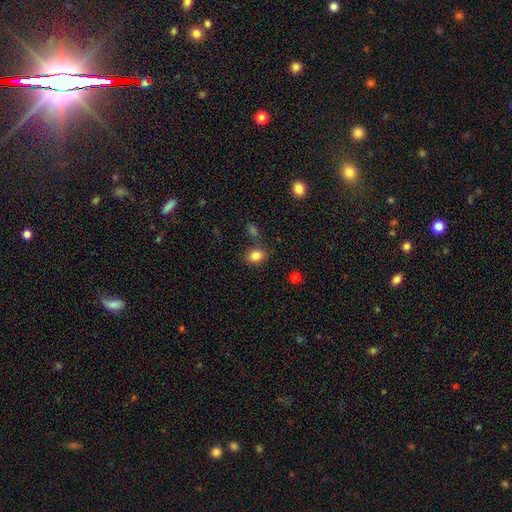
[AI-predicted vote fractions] The model was most divided on "how rounded": in between: 67%, round: 32%, cigar-shaped: 1%. More confident: smooth or featured — smooth (84%); merging — none (78%).